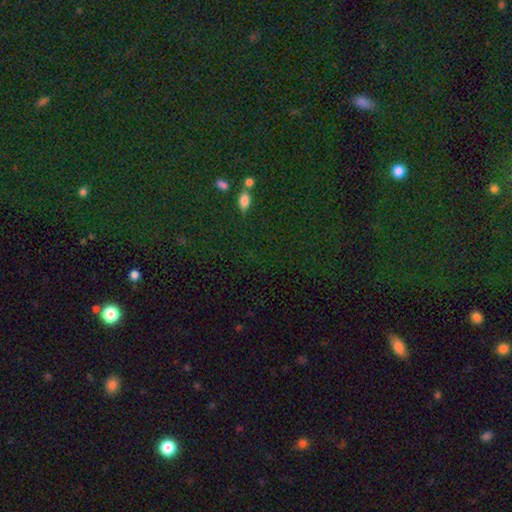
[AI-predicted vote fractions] Smooth or featured: star or artifact — 77% (smooth — 15%)